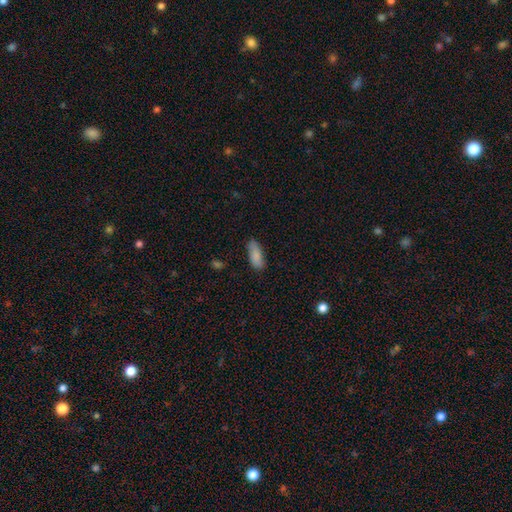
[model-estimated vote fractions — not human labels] Smooth or featured? smooth (87%)
How rounded? in between (76%)
Merging? none (78%)